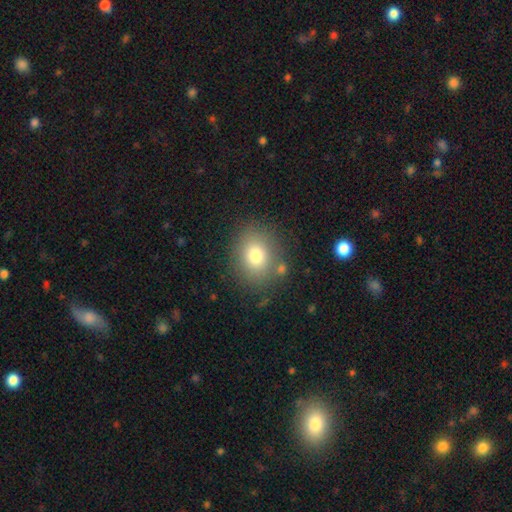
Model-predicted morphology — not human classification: This is likely a smooth galaxy (77%). How rounded: likely round (60%). Merging: clearly none (80%).